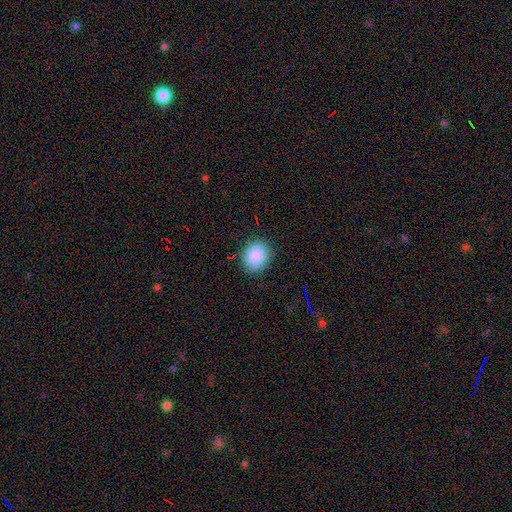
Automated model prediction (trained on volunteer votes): A smooth galaxy with no disk features (88%) that is round (56%).

Vote fractions:
- Smooth or featured? smooth: 88% / star or artifact: 8% / featured or disk: 4%
- How rounded? round: 56% / in between: 43% / cigar-shaped: 1%
- Merging? none: 85% / minor disturbance: 11% / major disturbance: 3% / merger: 1%